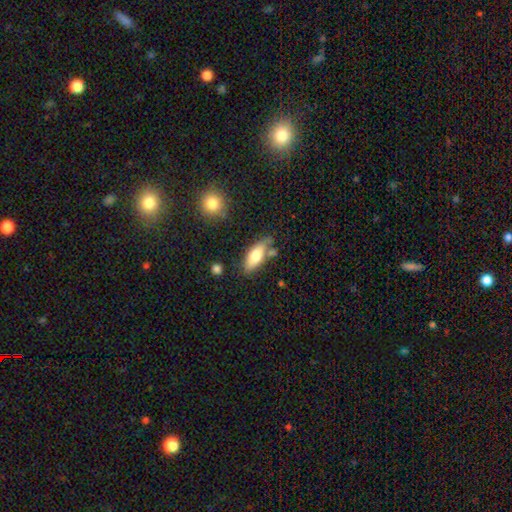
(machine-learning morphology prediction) Overall: smooth (69%). How rounded: in between (68%; cigar-shaped 29%). Merging: none (66%).